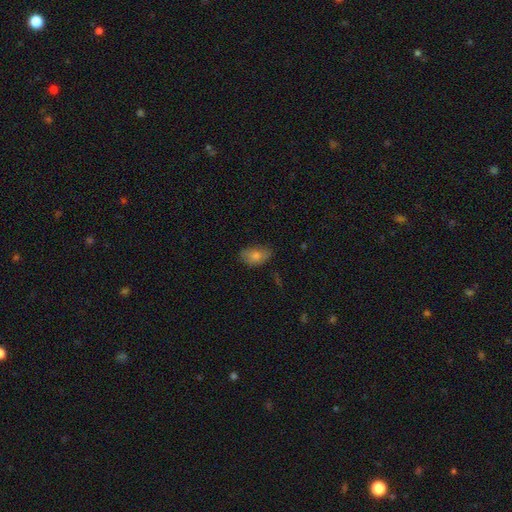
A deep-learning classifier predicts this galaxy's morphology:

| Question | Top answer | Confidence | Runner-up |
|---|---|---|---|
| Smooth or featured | smooth | 78% | featured or disk (12%) |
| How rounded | in between | 89% | round (8%) |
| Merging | none | 70% | minor disturbance (24%) |